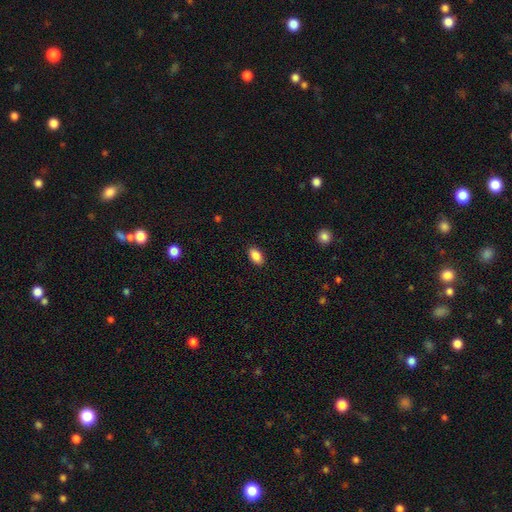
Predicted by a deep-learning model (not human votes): A smooth galaxy with no disk features (88%) that is in between round and cigar-shaped (92%).

Vote fractions:
- Smooth or featured? smooth: 88% / star or artifact: 8% / featured or disk: 4%
- How rounded? in between: 92% / round: 5% / cigar-shaped: 2%
- Merging? none: 90% / minor disturbance: 8% / major disturbance: 2% / merger: 1%